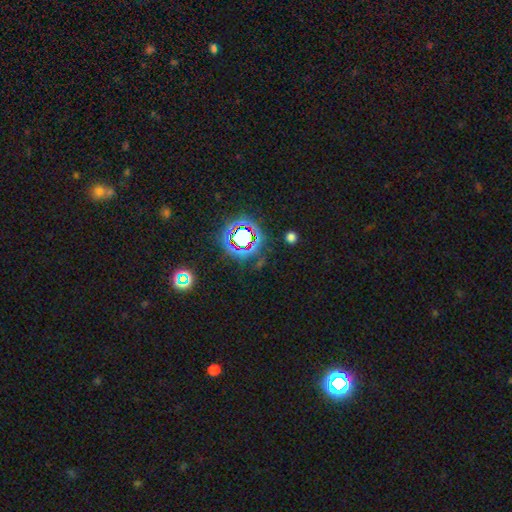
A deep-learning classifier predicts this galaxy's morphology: Smooth or featured?
  - star or artifact: 74% *
  - smooth: 17%
  - featured or disk: 9%